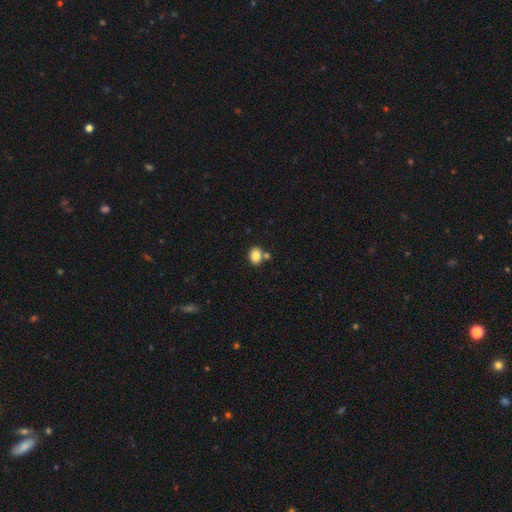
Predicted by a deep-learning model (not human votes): Q: Smooth or featured?
A: smooth (83%); runner-up: star or artifact (10%)
Q: How rounded?
A: in between (58%); runner-up: round (41%)
Q: Merging?
A: none (68%); runner-up: merger (19%)